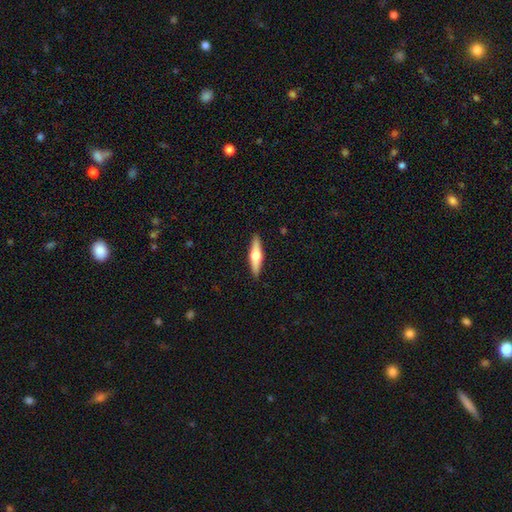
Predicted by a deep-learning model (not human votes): The model was most divided on "smooth or featured": featured or disk: 54%, smooth: 40%, star or artifact: 5%. More confident: edge-on disk — yes (95%); edge-on bulge — rounded (95%); merging — none (91%).